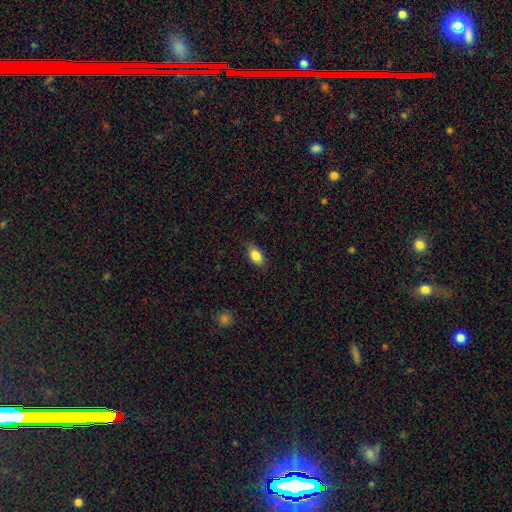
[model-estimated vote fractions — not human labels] Smooth or featured? smooth (83%)
How rounded? in between (88%)
Merging? none (85%)